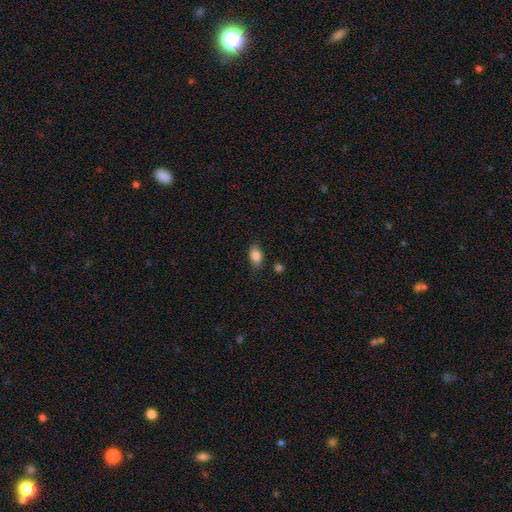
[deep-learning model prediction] This is clearly a smooth galaxy (83%). How rounded: clearly in between (83%). Merging: likely none (75%).